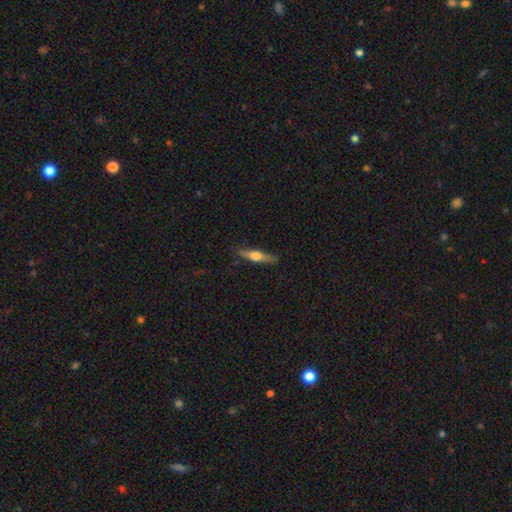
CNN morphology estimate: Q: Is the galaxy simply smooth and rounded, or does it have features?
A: featured or disk — 57%.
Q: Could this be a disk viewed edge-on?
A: yes — 96%.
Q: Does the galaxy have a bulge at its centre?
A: rounded — 90%.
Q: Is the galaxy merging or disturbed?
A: none — 84%.